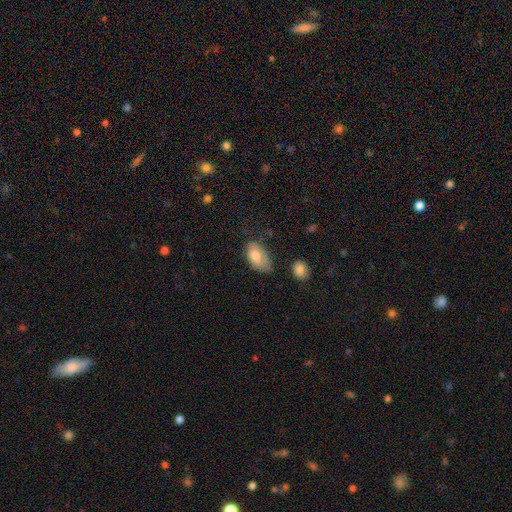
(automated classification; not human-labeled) Smooth or featured? smooth (77%)
How rounded? in between (94%)
Merging? none (50%)